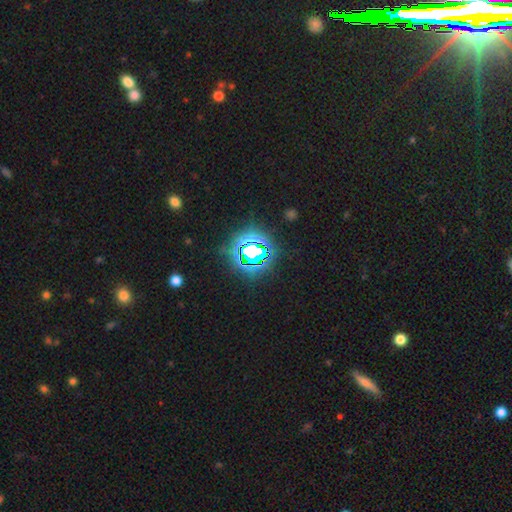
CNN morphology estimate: smooth-or-featured: star or artifact: 76% | smooth: 14% | featured or disk: 10%